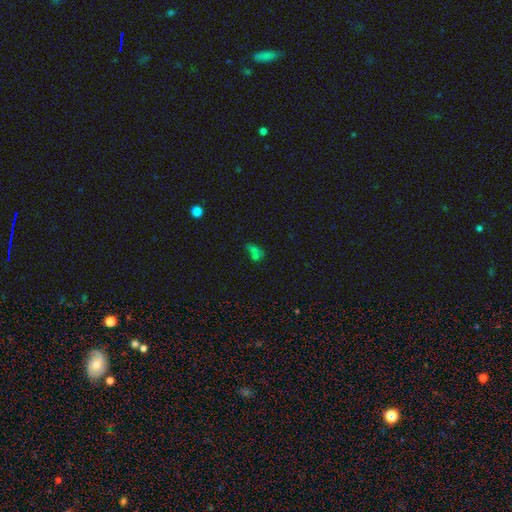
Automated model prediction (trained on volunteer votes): This appears to be a smooth galaxy with no disk features (53%) that is in between round and cigar-shaped (61%). Merging: merger (46%).